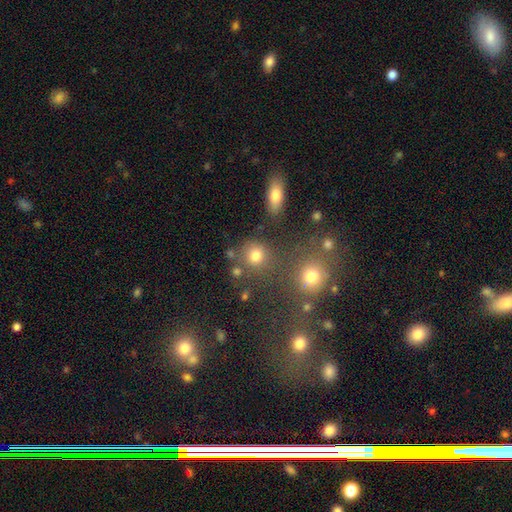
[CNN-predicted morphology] smooth-or-featured: smooth: 77% | star or artifact: 16% | featured or disk: 7%
  how-rounded: round: 83% | in between: 15% | cigar-shaped: 1%
  merging: none: 71% | merger: 13% | minor disturbance: 10% | major disturbance: 5%